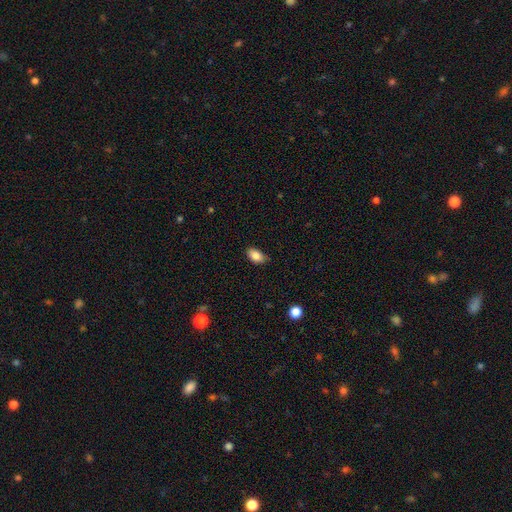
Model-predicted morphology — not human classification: Smooth or featured?
  - smooth: 84% *
  - star or artifact: 8%
  - featured or disk: 8%
How rounded?
  - in between: 91% *
  - round: 6%
  - cigar-shaped: 2%
Merging?
  - none: 79% *
  - minor disturbance: 17%
  - major disturbance: 3%
  - merger: 1%